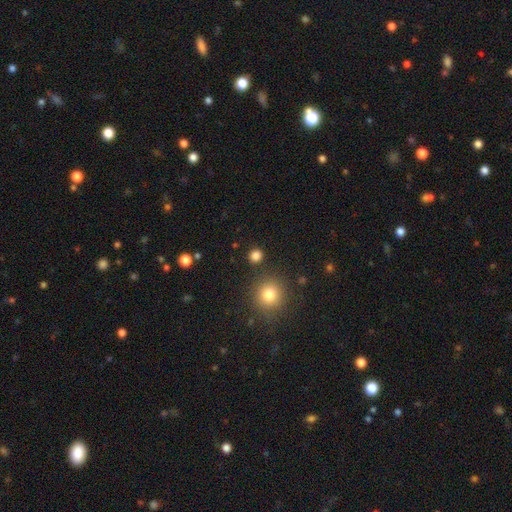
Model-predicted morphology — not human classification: A smooth galaxy with no disk features (81%) that is round (89%).

Vote fractions:
- Smooth or featured? smooth: 81% / star or artifact: 15% / featured or disk: 4%
- How rounded? round: 89% / in between: 10% / cigar-shaped: 1%
- Merging? none: 88% / minor disturbance: 6% / merger: 3% / major disturbance: 3%